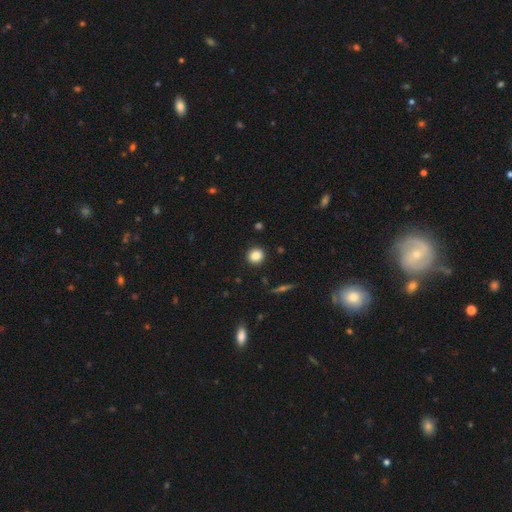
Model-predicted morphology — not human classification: Smooth or featured: smooth — 85% (star or artifact — 9%)
How rounded: round — 89% (in between — 10%)
Merging: none — 91% (minor disturbance — 6%)